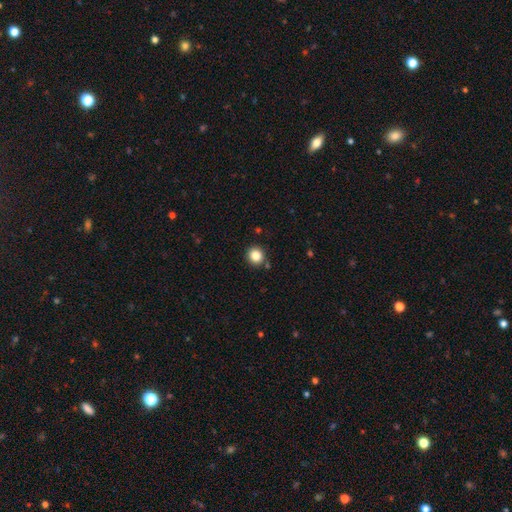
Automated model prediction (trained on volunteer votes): Morphology: type=smooth (84%); roundness=round (91%); merging=none (88%).